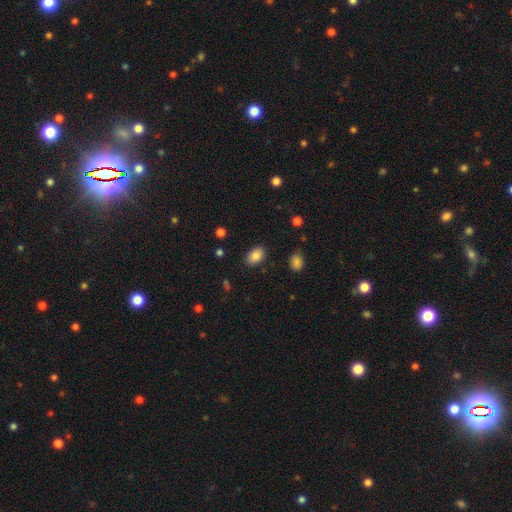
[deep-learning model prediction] Smooth or featured: smooth — 86% (star or artifact — 9%)
How rounded: in between — 88% (round — 11%)
Merging: none — 85% (minor disturbance — 11%)